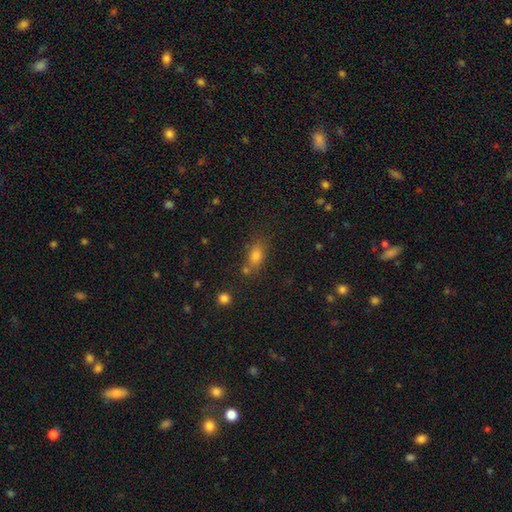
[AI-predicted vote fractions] A smooth galaxy with no disk features (75%) that is in between round and cigar-shaped (71%). Merging: none (65%).